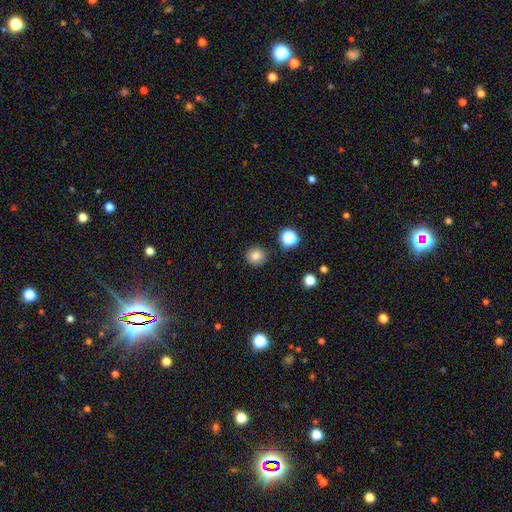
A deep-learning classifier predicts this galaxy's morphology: This appears to be a smooth galaxy with no disk features (82%) that is round (92%). Merging: none (90%).